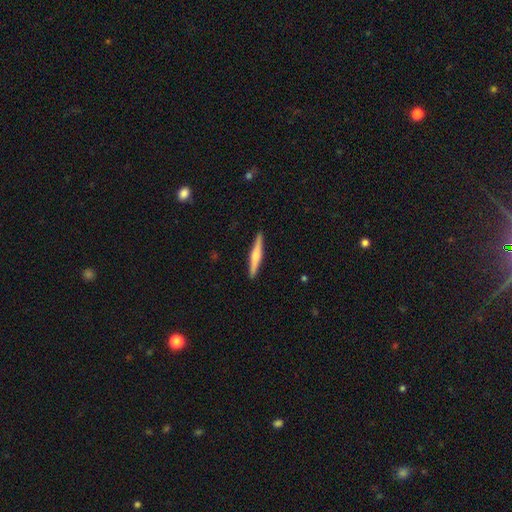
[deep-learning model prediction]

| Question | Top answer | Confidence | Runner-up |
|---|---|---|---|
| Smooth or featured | featured or disk | 57% | smooth (38%) |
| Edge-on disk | yes | 98% | no (2%) |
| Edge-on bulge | rounded | 77% | boxy (12%) |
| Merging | none | 92% | minor disturbance (6%) |